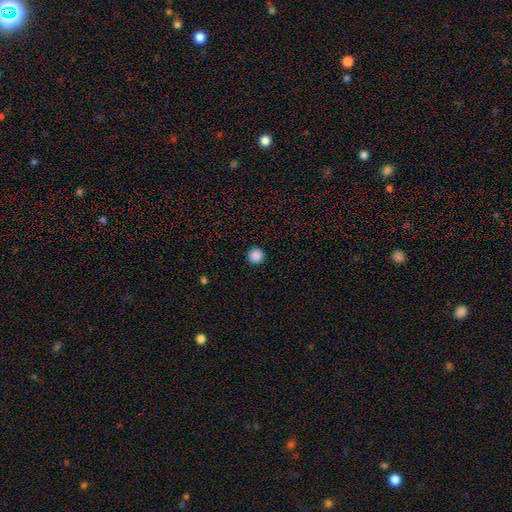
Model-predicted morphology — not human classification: A smooth galaxy with no disk features (88%) that is round (96%). Merging: none (94%).